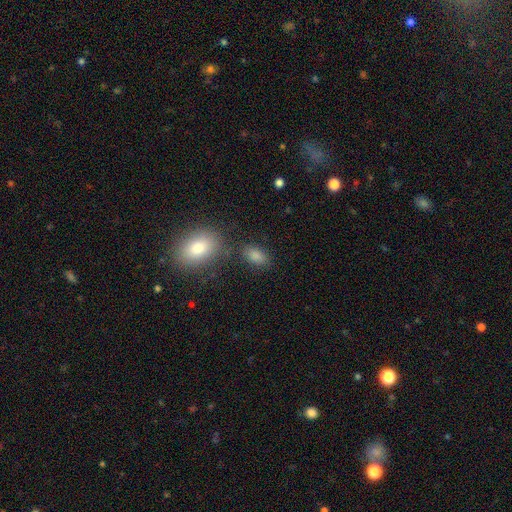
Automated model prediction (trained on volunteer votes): A smooth galaxy with no disk features (85%) that is in between round and cigar-shaped (90%). Merging: none (77%).